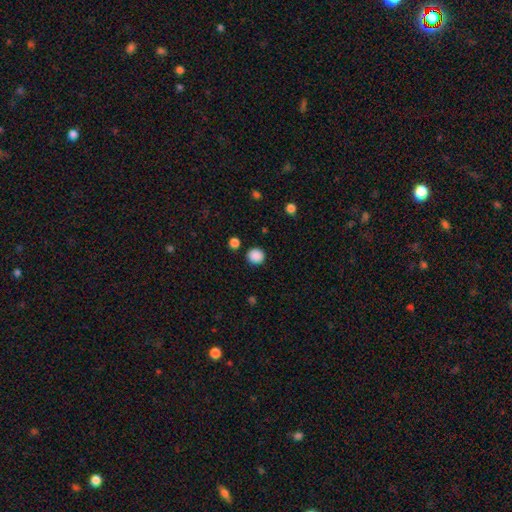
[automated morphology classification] smooth 88%, star or artifact 10%, featured or disk 2%. Down the decision tree: how rounded — round (88%); merging — none (89%).